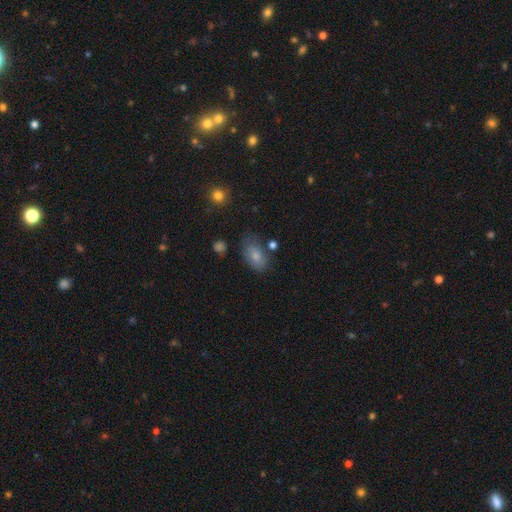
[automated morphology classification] This appears to be a smooth galaxy with no disk features (80%) that is in between round and cigar-shaped (90%). Merging: none (61%).